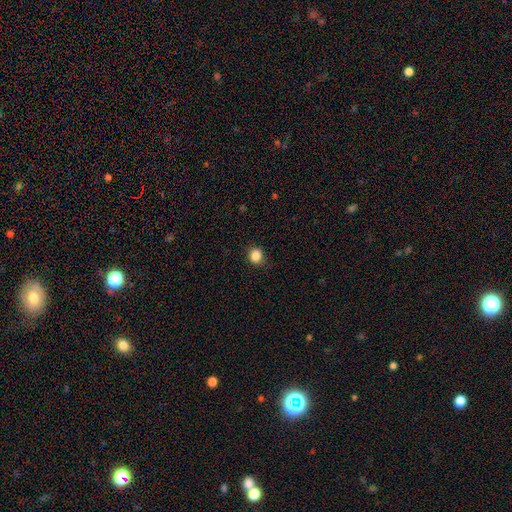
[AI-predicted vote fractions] smooth_or_featured: smooth (p=0.86) [alt: star or artifact p=0.10]
how_rounded: round (p=0.80) [alt: in between p=0.19]
merging: none (p=0.86) [alt: minor disturbance p=0.10]